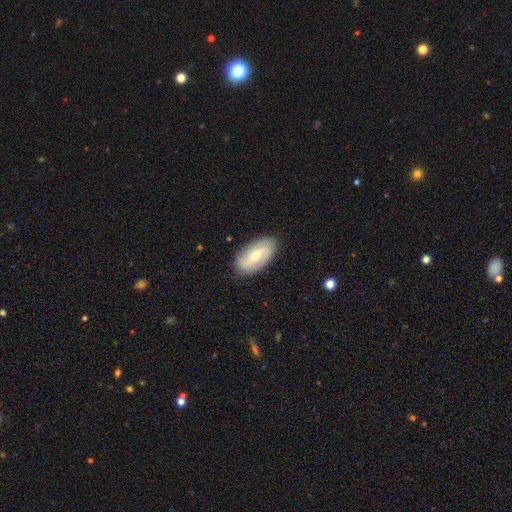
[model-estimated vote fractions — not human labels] smooth-or-featured: featured or disk: 54% | smooth: 40% | star or artifact: 6%
  disk-edge-on: no: 91% | yes: 9%
  merging: none: 86% | minor disturbance: 11% | major disturbance: 2% | merger: 1%